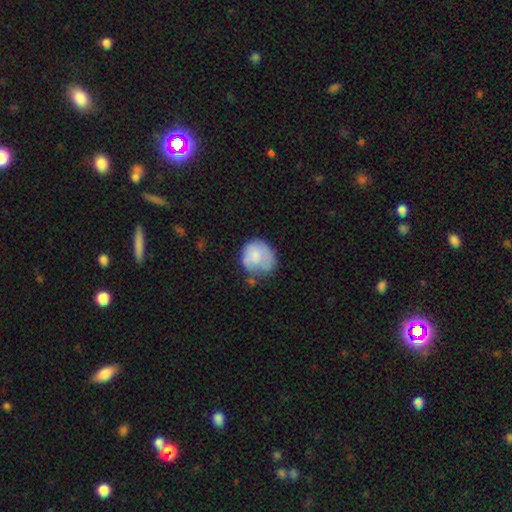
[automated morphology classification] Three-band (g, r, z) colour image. It shows a smooth galaxy with no disk features (68%) that is round (73%). Merging: none (44%).